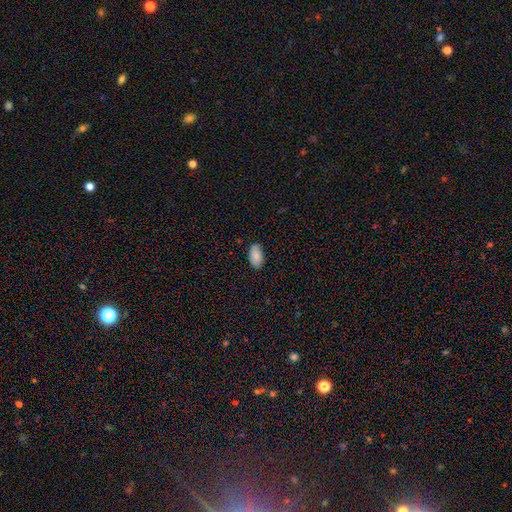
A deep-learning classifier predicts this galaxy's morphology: smooth_or_featured: smooth (p=0.87) [alt: star or artifact p=0.07]
how_rounded: in between (p=0.95) [alt: round p=0.04]
merging: none (p=0.82) [alt: minor disturbance p=0.14]